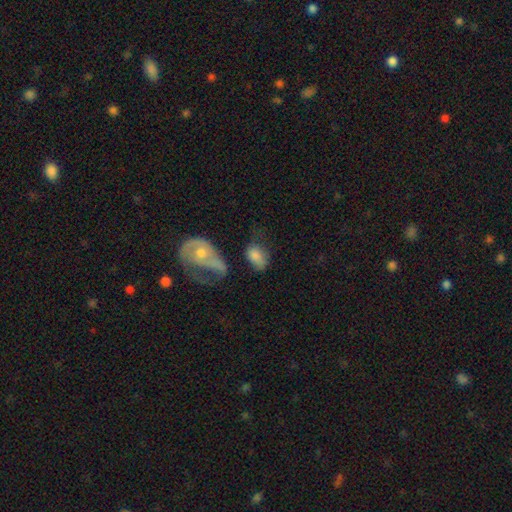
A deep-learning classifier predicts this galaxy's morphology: type=smooth (73%); roundness=in between (84%); merging=none (38%).